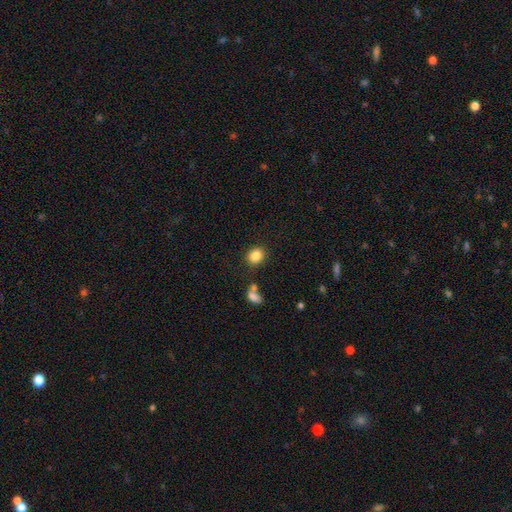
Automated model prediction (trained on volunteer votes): A smooth galaxy with no disk features (85%) that is round (67%). Merging: none (81%).